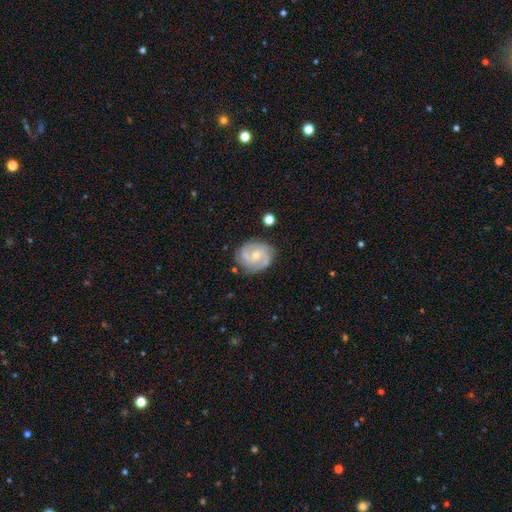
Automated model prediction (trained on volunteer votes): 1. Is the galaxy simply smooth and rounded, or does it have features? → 76% featured or disk, 18% smooth, 6% star or artifact.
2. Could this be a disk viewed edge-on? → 98% no, 2% yes.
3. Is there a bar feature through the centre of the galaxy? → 65% no, 31% weak, 5% strong.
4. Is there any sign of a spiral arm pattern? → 92% yes, 8% no.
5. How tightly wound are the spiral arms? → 45% medium, 41% tight, 14% loose.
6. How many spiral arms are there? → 44% 2, 28% 3, 17% can't tell, 5% 4, 4% 1, 3% more than 4.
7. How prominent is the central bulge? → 49% moderate, 47% small, 2% large, 1% none, 1% dominant.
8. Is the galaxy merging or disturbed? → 74% none, 18% minor disturbance, 5% major disturbance, 3% merger.